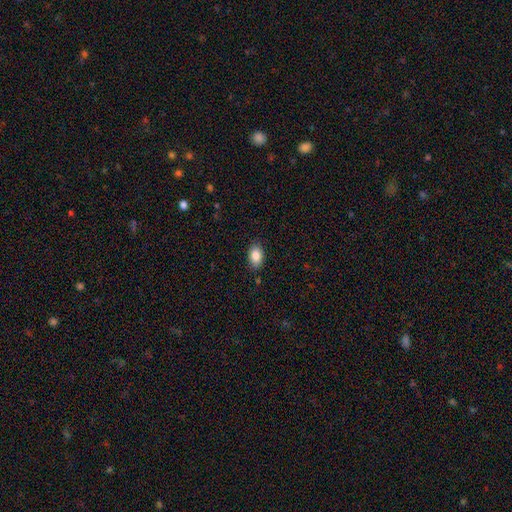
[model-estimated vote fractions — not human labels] A smooth galaxy with no disk features (86%) that is in between round and cigar-shaped (90%).

Vote fractions:
- Smooth or featured? smooth: 86% / star or artifact: 8% / featured or disk: 6%
- How rounded? in between: 90% / round: 9% / cigar-shaped: 1%
- Merging? none: 86% / minor disturbance: 11% / major disturbance: 2% / merger: 1%